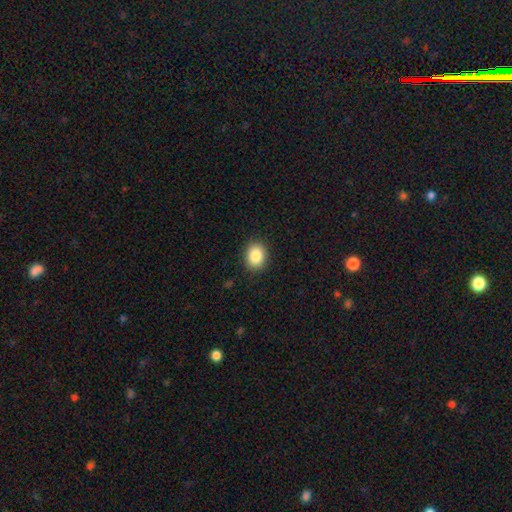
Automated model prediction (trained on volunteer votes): Smooth or featured? smooth (86%)
How rounded? round (53%)
Merging? none (89%)